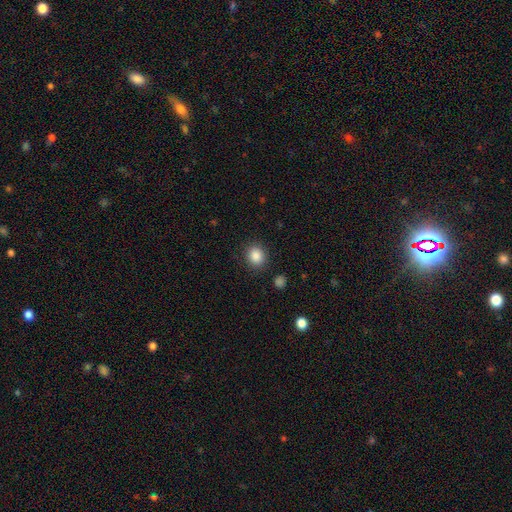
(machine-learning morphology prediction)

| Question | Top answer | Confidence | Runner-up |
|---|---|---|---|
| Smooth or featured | smooth | 87% | star or artifact (9%) |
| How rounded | round | 71% | in between (29%) |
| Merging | none | 87% | minor disturbance (8%) |